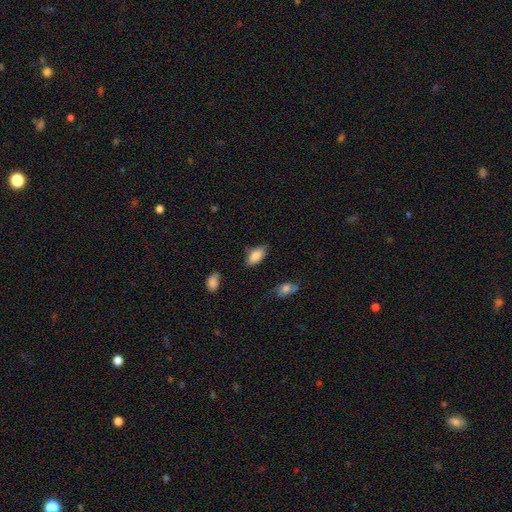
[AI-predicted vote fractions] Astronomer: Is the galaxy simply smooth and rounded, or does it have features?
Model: smooth — 86%.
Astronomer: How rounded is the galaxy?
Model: in between — 94%.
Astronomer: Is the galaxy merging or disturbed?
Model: none — 76%.